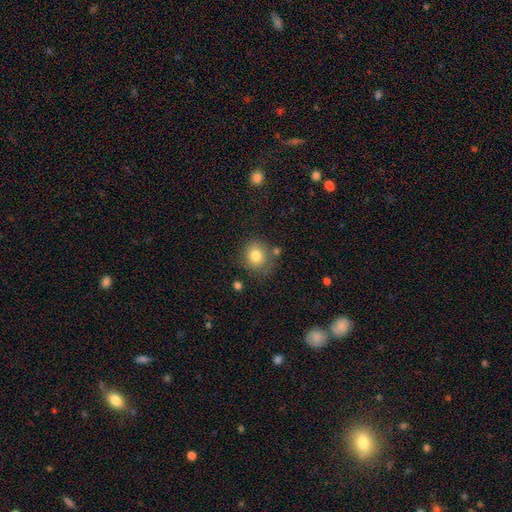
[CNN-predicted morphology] This appears to be a smooth galaxy with no disk features (80%) that is round (79%). Merging: none (71%).